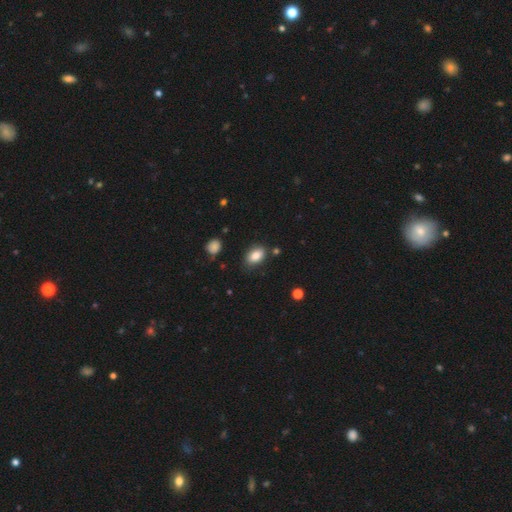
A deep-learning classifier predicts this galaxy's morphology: Overall: smooth (85%). How rounded: in between (88%). Merging: none (78%).